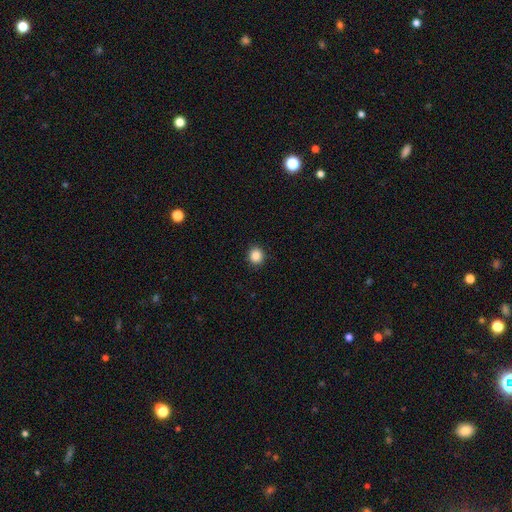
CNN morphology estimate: The model was most divided on "how rounded": round: 88%, in between: 11%, cigar-shaped: 1%. More confident: merging — none (92%); smooth or featured — smooth (87%).